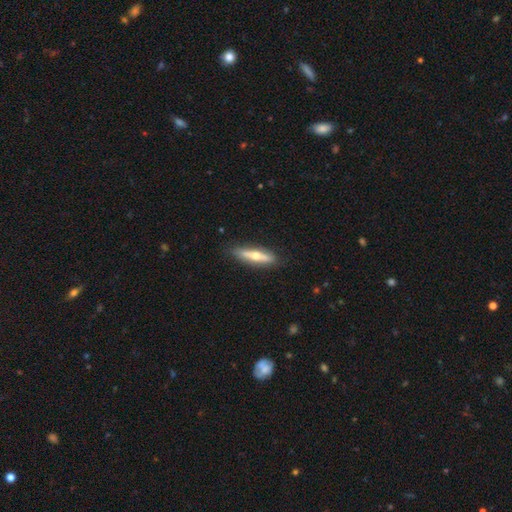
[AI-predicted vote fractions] Morphology: type=featured or disk (57%); edge-on=yes (86%); merging=none (84%).